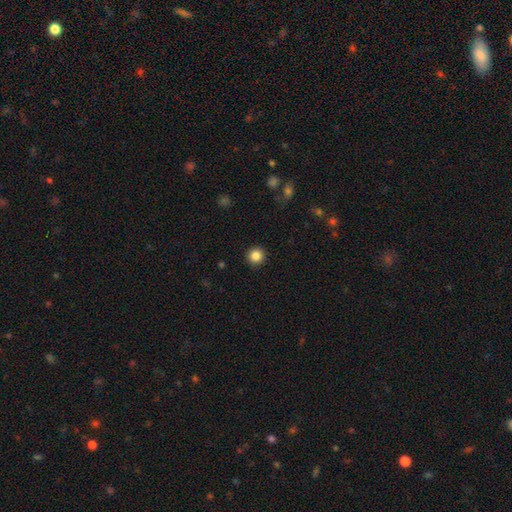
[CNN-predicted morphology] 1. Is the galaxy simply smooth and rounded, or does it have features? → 85% smooth, 11% star or artifact, 4% featured or disk.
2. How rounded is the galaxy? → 96% round, 4% in between, 1% cigar-shaped.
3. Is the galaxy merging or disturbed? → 93% none, 4% minor disturbance, 2% major disturbance, 1% merger.